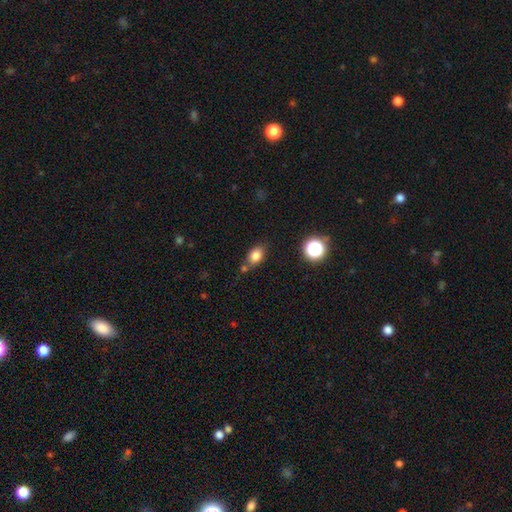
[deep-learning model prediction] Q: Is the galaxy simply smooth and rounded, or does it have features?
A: smooth — 81%.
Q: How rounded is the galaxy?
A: in between — 75%.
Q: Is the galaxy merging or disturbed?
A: none — 69%.